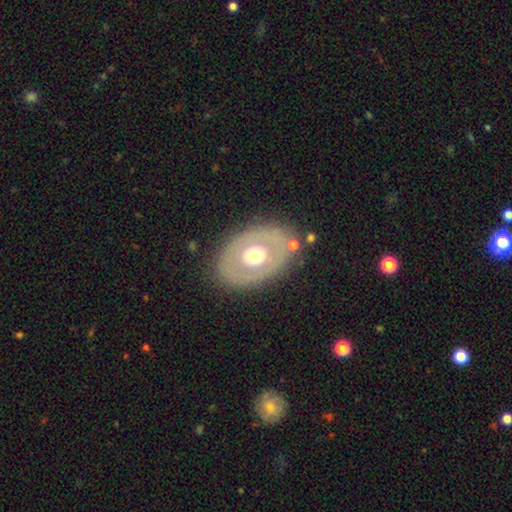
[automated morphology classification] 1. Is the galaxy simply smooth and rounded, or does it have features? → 54% featured or disk, 40% smooth, 6% star or artifact.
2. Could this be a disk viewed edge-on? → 90% no, 10% yes.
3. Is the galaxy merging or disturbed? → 81% none, 12% minor disturbance, 4% major disturbance, 3% merger.